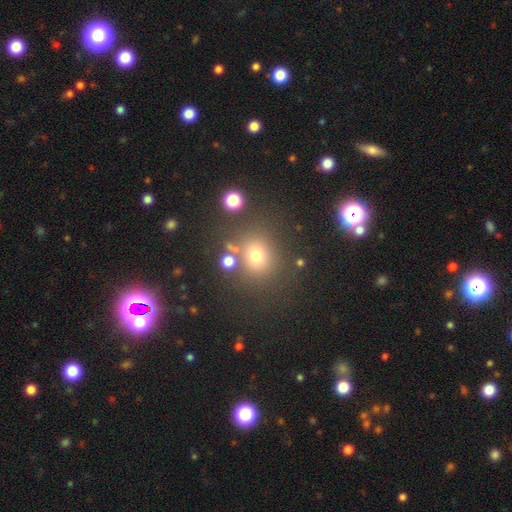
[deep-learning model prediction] Morphology: type=smooth (70%); roundness=round (80%); merging=none (75%).